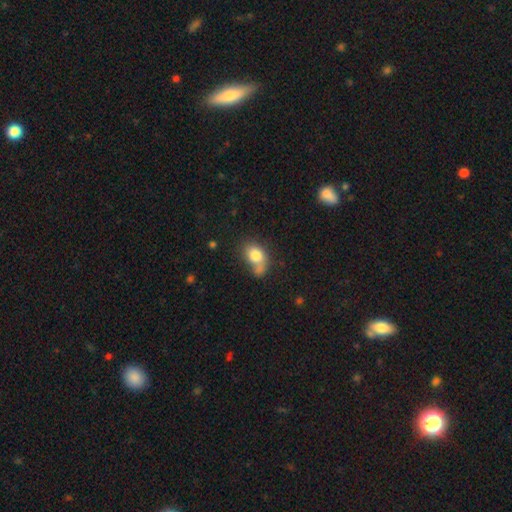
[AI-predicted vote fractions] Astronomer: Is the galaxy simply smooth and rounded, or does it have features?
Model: smooth — 79%.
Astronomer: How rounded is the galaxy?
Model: in between — 66%.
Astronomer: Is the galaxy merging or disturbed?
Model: none — 35% (runner-up: merger, 34%).